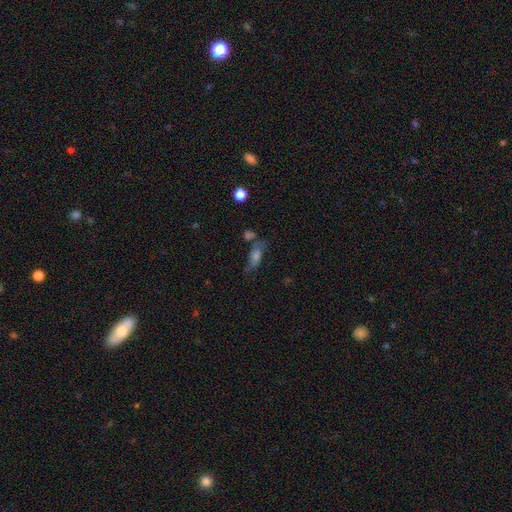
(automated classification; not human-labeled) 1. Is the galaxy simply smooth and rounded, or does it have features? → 55% smooth, 28% featured or disk, 17% star or artifact.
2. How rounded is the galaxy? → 65% in between, 28% cigar-shaped, 7% round.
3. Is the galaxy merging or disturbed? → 56% none, 19% minor disturbance, 15% merger, 10% major disturbance.